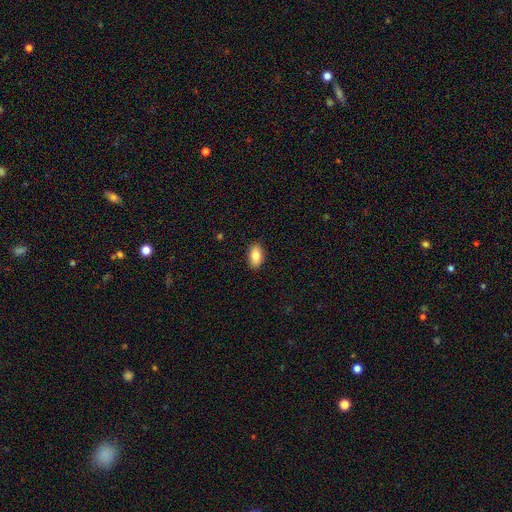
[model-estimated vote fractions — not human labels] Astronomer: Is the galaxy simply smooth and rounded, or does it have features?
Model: smooth — 84%.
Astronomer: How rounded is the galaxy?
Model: in between — 92%.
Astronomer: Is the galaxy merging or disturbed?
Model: none — 89%.